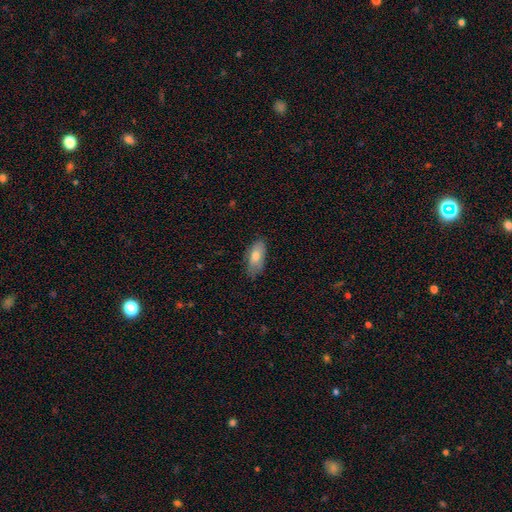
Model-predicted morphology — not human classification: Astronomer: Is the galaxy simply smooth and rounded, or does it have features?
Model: smooth — 73%.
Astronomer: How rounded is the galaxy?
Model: in between — 86%.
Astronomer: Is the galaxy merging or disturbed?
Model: none — 76%.